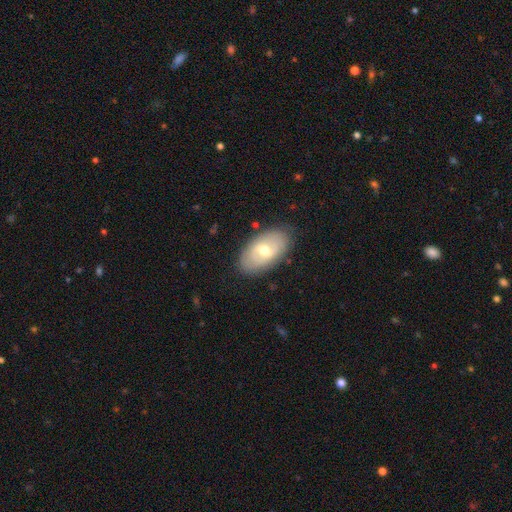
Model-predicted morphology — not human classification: Overall: smooth (53%; featured or disk 31%). How rounded: in between (91%). Merging: none (85%).